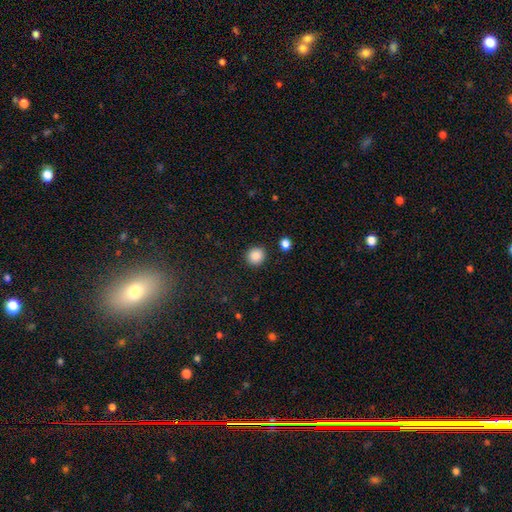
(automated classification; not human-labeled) Smooth or featured? Predicted: smooth (p=0.88). How rounded? Predicted: round (p=0.91). Merging? Predicted: none (p=0.90).